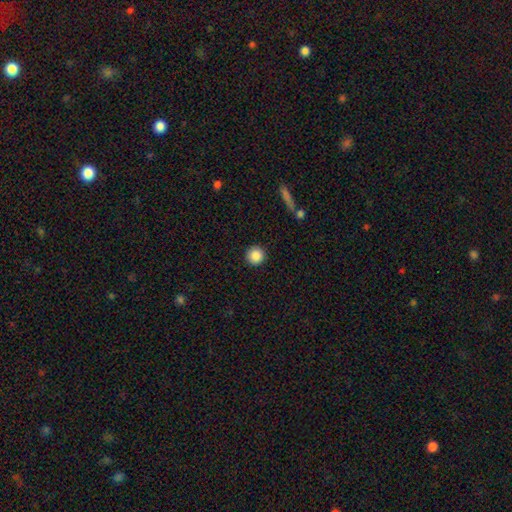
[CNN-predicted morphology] A smooth galaxy with no disk features (88%) that is round (96%). Merging: none (92%).